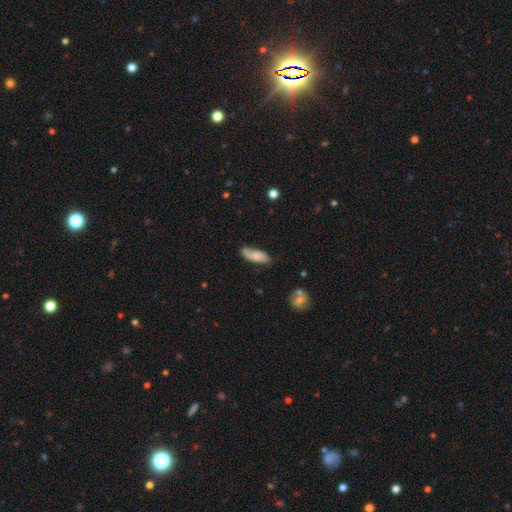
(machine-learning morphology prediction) smooth_or_featured: smooth (p=0.73) [alt: featured or disk p=0.20]
how_rounded: in between (p=0.67) [alt: cigar-shaped p=0.31]
merging: none (p=0.64) [alt: minor disturbance p=0.27]